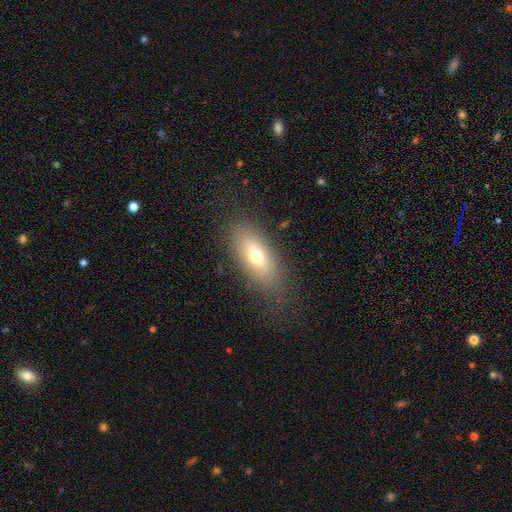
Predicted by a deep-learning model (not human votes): This is likely a smooth galaxy (69%). How rounded: clearly in between (81%). Merging: likely none (79%).